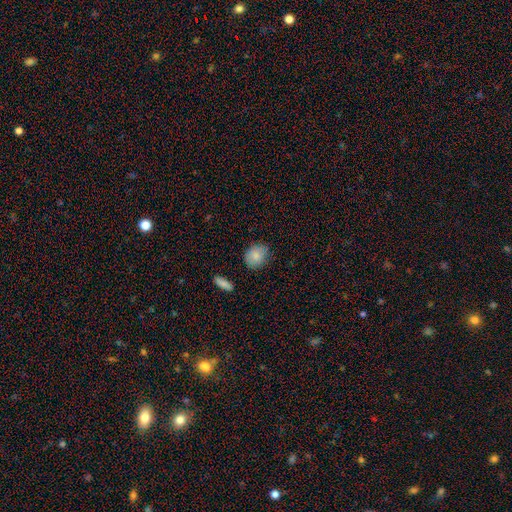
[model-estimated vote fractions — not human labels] This is clearly a smooth galaxy (86%). How rounded: possibly round (59%). Merging: clearly none (81%).